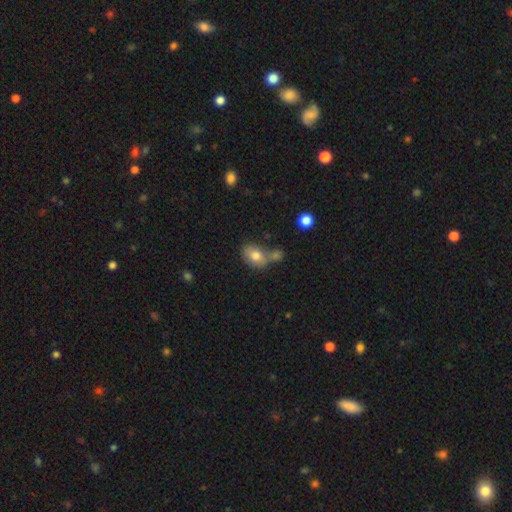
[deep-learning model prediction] This is likely a smooth galaxy (77%). How rounded: likely in between (76%). Merging: marginally none (42%).